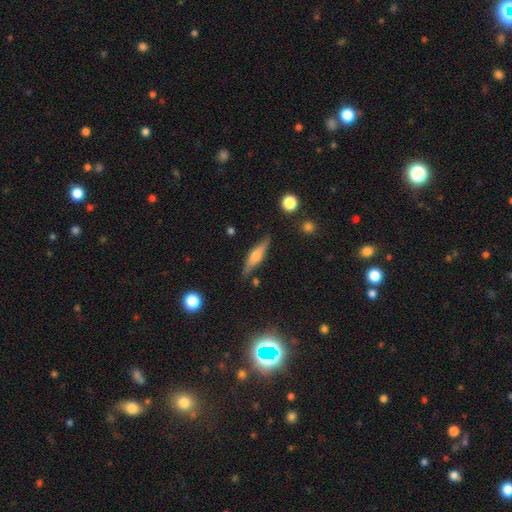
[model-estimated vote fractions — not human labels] Smooth or featured: featured or disk — 55% (smooth — 37%)
Edge-on disk: yes — 94% (no — 6%)
Edge-on bulge: rounded — 77% (boxy — 16%)
Merging: none — 82% (minor disturbance — 12%)